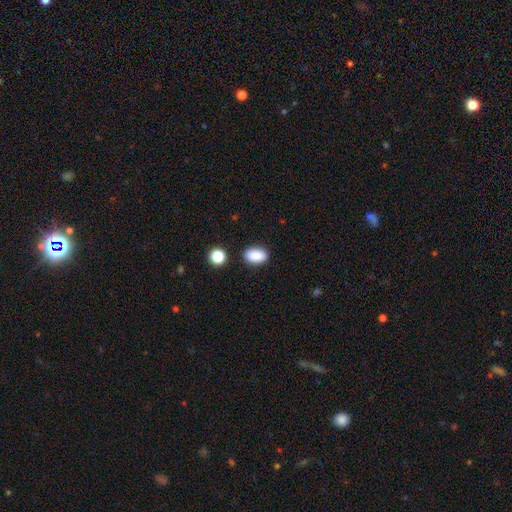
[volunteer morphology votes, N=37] A smooth galaxy with no disk features (97%) that is in between round and cigar-shaped (83%).

Vote fractions:
- Smooth or featured? smooth: 97% / featured or disk: 3% / star or artifact: 0%
- How rounded? in between: 83% / round: 17% / cigar-shaped: 0%
- Merging? none: 81% / merger: 14% / minor disturbance: 5% / major disturbance: 0%